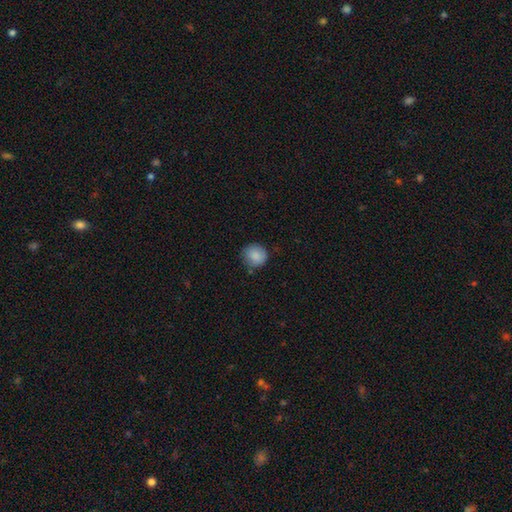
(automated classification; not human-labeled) A smooth galaxy with no disk features (87%) that is round (89%).

Vote fractions:
- Smooth or featured? smooth: 87% / star or artifact: 8% / featured or disk: 5%
- How rounded? round: 89% / in between: 10% / cigar-shaped: 1%
- Merging? none: 79% / minor disturbance: 16% / major disturbance: 3% / merger: 2%